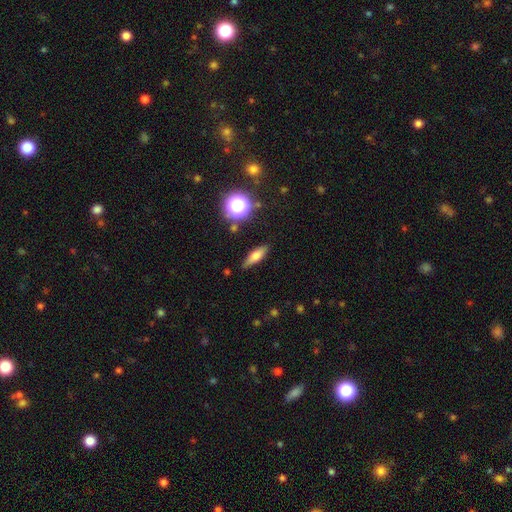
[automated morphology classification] A smooth galaxy with no disk features (60%) that is cigar-shaped (54%).

Vote fractions:
- Smooth or featured? smooth: 60% / featured or disk: 29% / star or artifact: 11%
- How rounded? cigar-shaped: 54% / in between: 40% / round: 6%
- Merging? none: 83% / minor disturbance: 12% / major disturbance: 3% / merger: 2%